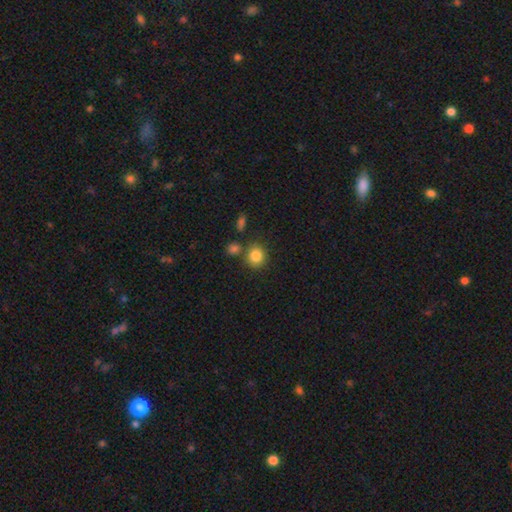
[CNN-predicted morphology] Overall: smooth (84%). How rounded: round (83%). Merging: none (74%).